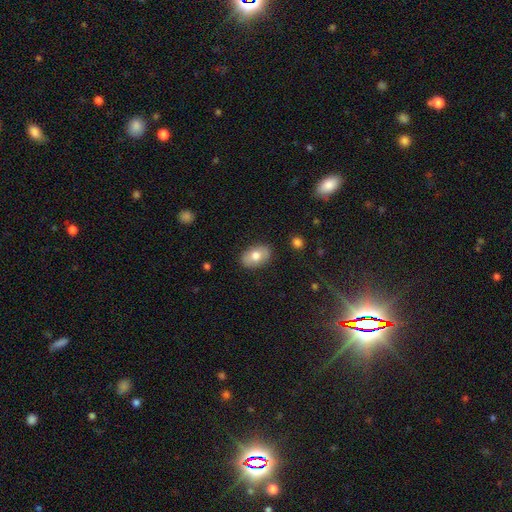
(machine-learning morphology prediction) Q: Smooth or featured?
A: smooth (74%); runner-up: featured or disk (19%)
Q: How rounded?
A: in between (87%); runner-up: round (11%)
Q: Merging?
A: none (86%); runner-up: minor disturbance (10%)